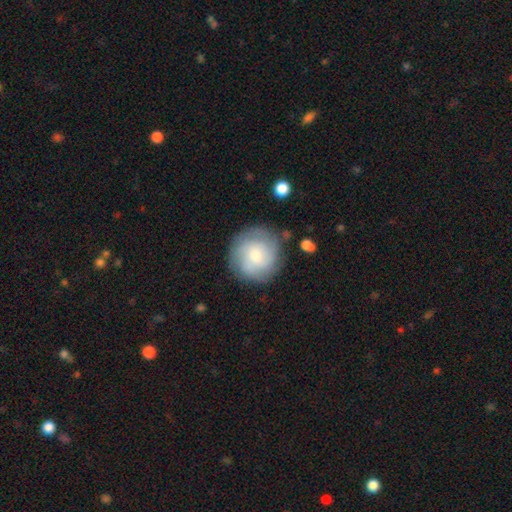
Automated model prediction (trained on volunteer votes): Smooth or featured?
  - smooth: 49% *
  - featured or disk: 43%
  - star or artifact: 7%
Merging?
  - none: 79% *
  - minor disturbance: 14%
  - major disturbance: 5%
  - merger: 2%